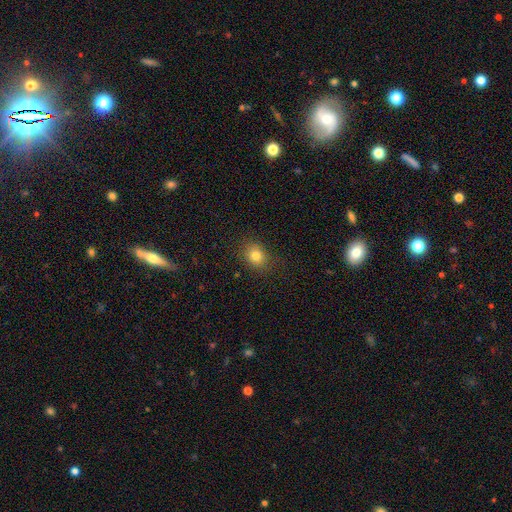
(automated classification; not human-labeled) smooth-or-featured: smooth: 81% | star or artifact: 12% | featured or disk: 7%
  how-rounded: round: 58% | in between: 41% | cigar-shaped: 1%
  merging: none: 83% | minor disturbance: 12% | major disturbance: 4% | merger: 1%